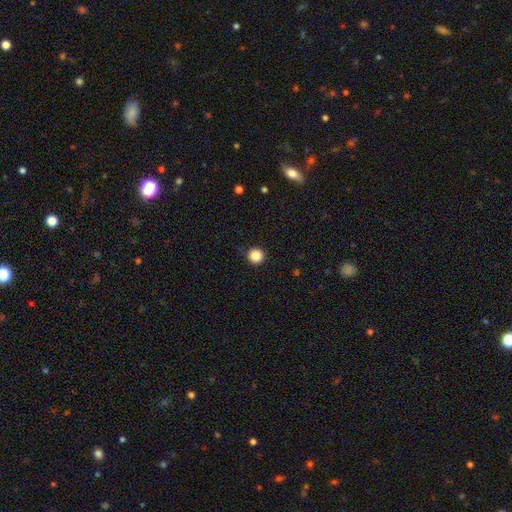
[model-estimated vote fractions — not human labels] This is clearly a smooth galaxy (86%). How rounded: clearly round (95%). Merging: clearly none (92%).